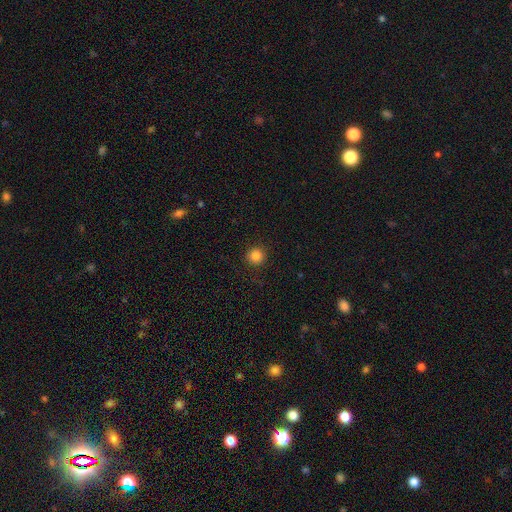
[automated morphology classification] Smooth or featured?
  - smooth: 84% *
  - star or artifact: 12%
  - featured or disk: 4%
How rounded?
  - round: 95% *
  - in between: 4%
  - cigar-shaped: 1%
Merging?
  - none: 91% *
  - minor disturbance: 6%
  - major disturbance: 2%
  - merger: 1%